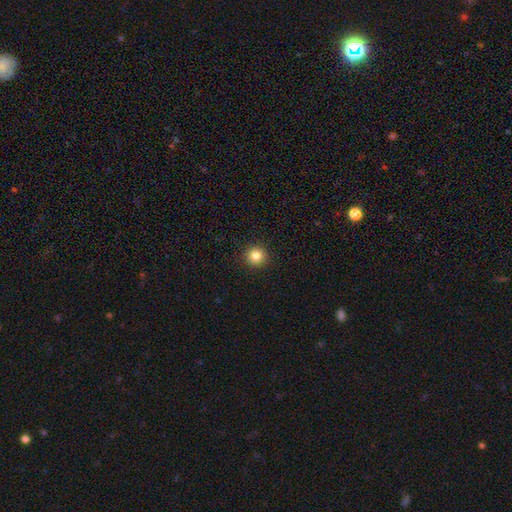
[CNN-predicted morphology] Smooth or featured: smooth — 84% (star or artifact — 11%)
How rounded: round — 94% (in between — 5%)
Merging: none — 93% (minor disturbance — 5%)